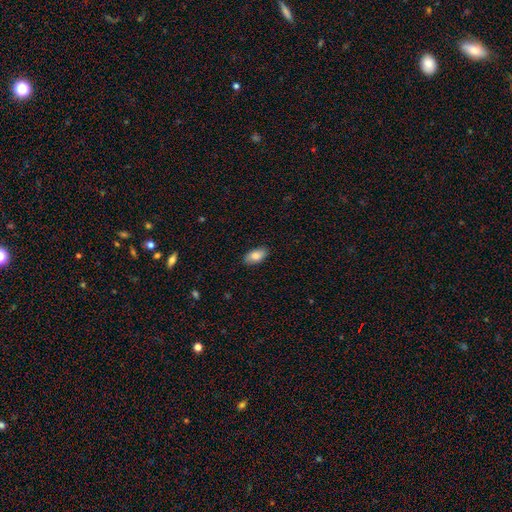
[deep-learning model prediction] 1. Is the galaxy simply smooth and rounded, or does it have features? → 82% smooth, 11% featured or disk, 7% star or artifact.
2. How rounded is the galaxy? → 93% in between, 4% round, 3% cigar-shaped.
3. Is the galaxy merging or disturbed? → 88% none, 9% minor disturbance, 2% major disturbance, 1% merger.